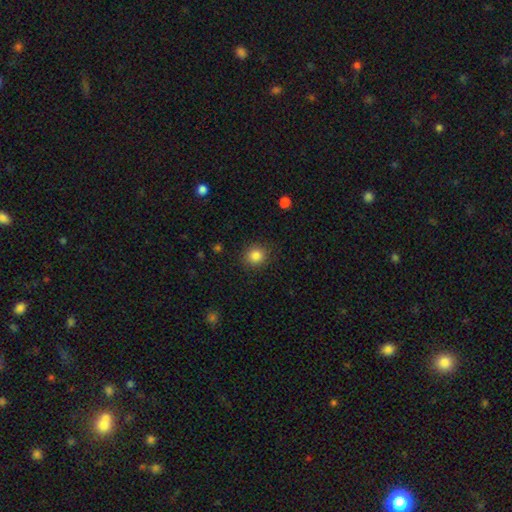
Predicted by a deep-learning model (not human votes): Smooth or featured: smooth — 85% (star or artifact — 11%)
How rounded: round — 89% (in between — 10%)
Merging: none — 89% (minor disturbance — 8%)